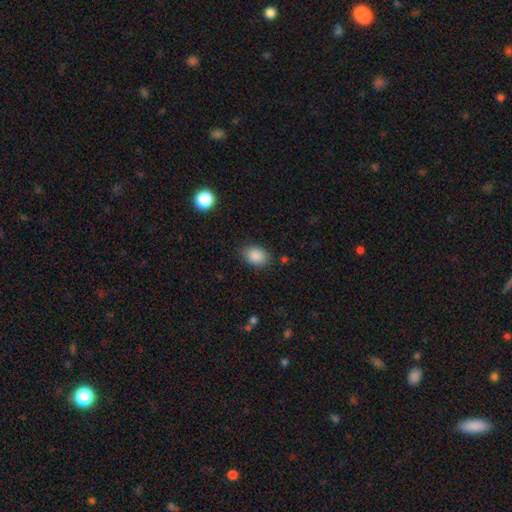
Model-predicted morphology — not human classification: The model was most divided on "how rounded": in between: 75%, round: 24%, cigar-shaped: 1%. More confident: smooth or featured — smooth (88%); merging — none (82%).